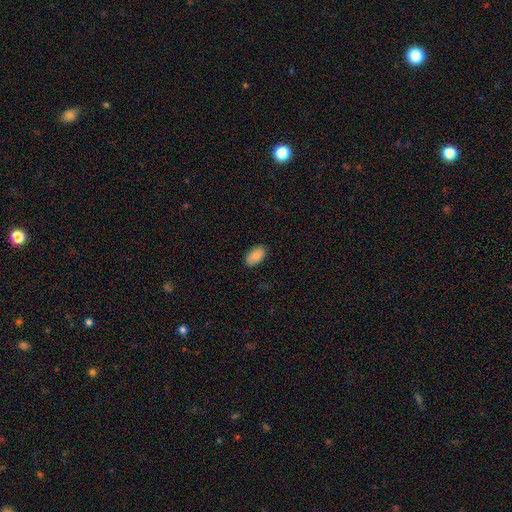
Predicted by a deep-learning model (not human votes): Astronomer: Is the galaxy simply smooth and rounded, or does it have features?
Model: smooth — 89%.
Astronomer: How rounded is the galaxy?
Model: in between — 94%.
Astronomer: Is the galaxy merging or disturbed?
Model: none — 86%.